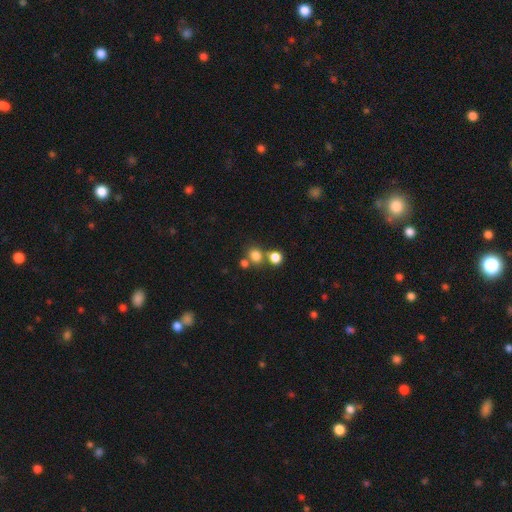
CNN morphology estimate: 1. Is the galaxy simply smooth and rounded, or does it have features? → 77% smooth, 16% star or artifact, 7% featured or disk.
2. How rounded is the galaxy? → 71% round, 28% in between, 1% cigar-shaped.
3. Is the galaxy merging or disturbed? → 60% none, 27% merger, 9% minor disturbance, 4% major disturbance.